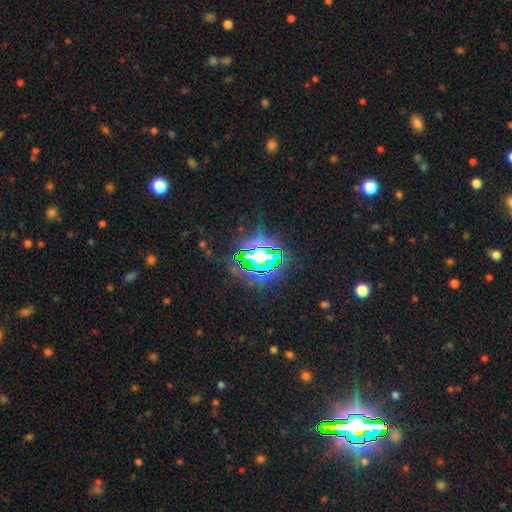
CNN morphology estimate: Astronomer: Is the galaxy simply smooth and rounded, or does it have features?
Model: star or artifact — 76%.